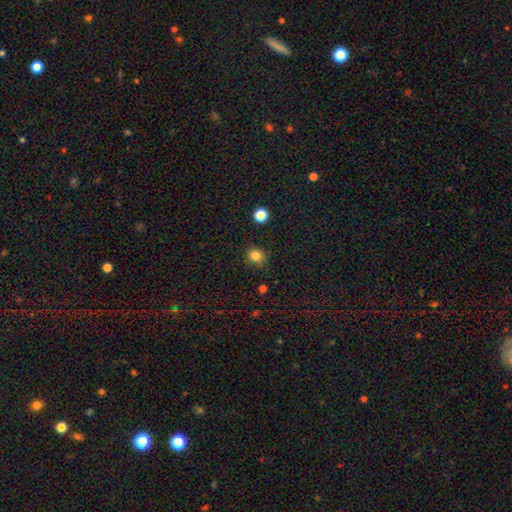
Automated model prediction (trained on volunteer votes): This appears to be a smooth galaxy with no disk features (83%) that is round (81%). Merging: none (84%).